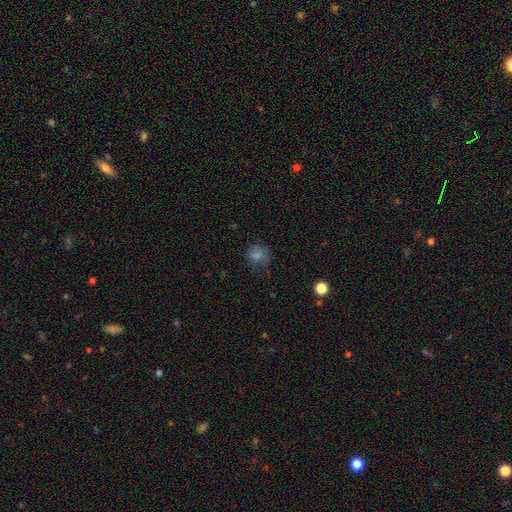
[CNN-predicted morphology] Overall: smooth (65%). How rounded: round (75%). Merging: none (69%).